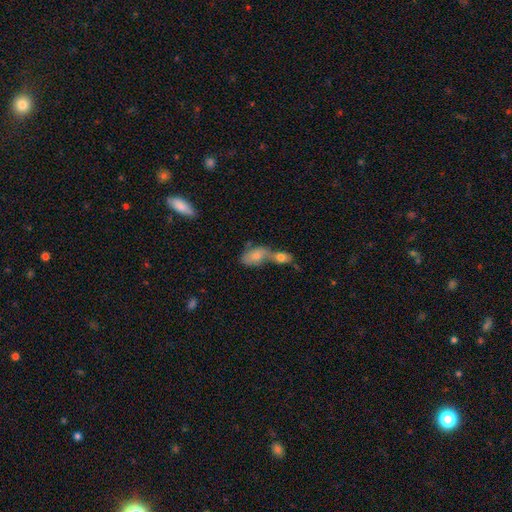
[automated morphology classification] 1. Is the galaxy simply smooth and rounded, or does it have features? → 75% smooth, 17% featured or disk, 8% star or artifact.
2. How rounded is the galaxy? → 88% in between, 8% round, 4% cigar-shaped.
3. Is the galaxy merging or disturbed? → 69% merger, 18% none, 8% minor disturbance, 5% major disturbance.